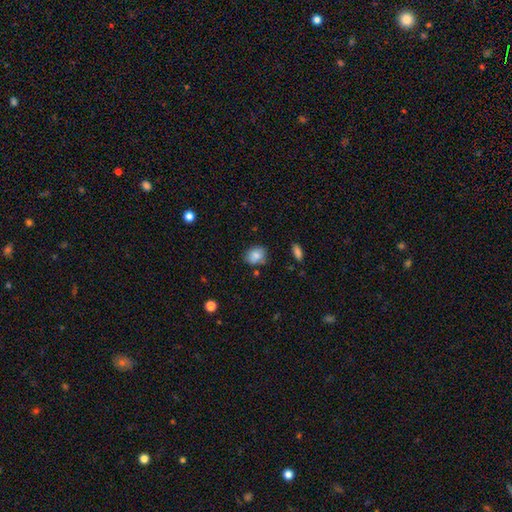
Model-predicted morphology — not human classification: type=smooth (82%); roundness=round (51%); merging=none (72%).